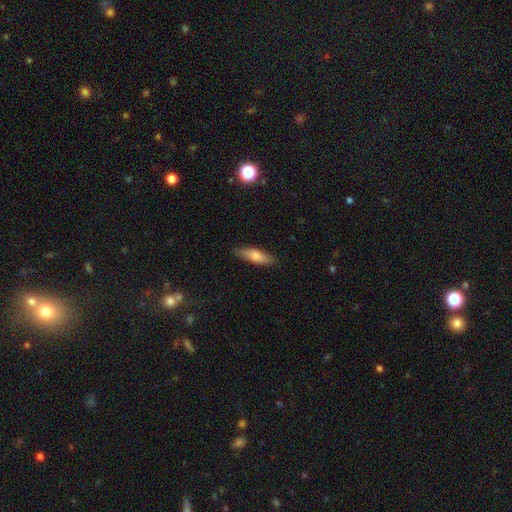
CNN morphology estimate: smooth_or_featured: smooth (p=0.75) [alt: featured or disk p=0.19]
how_rounded: cigar-shaped (p=0.51) [alt: in between p=0.47]
merging: none (p=0.85) [alt: minor disturbance p=0.12]